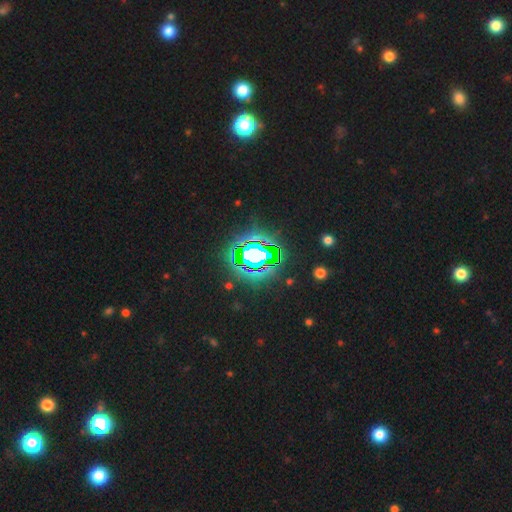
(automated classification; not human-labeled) The model was most divided on "smooth or featured": star or artifact: 72%, featured or disk: 15%, smooth: 13%.